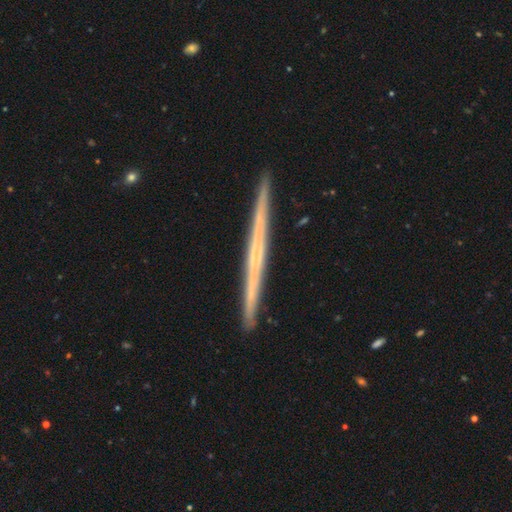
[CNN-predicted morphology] This appears to be a featured or disk galaxy (67%) viewed edge-on (98%) with no central bulge (86%). Merging: none (92%).